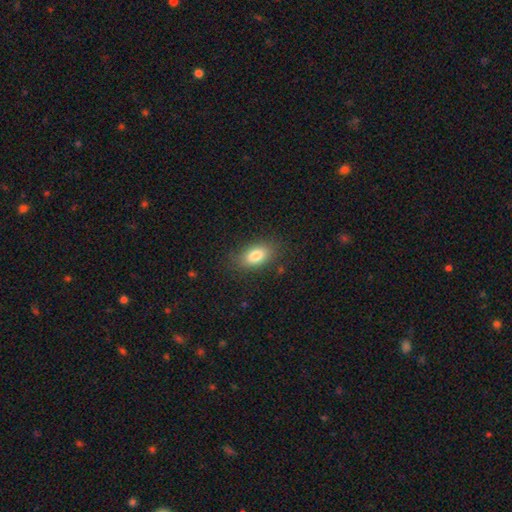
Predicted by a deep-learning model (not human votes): Morphology: type=smooth (82%); roundness=in between (88%); merging=none (82%).